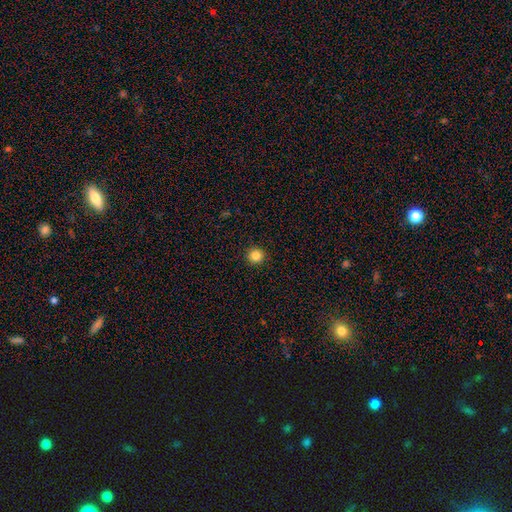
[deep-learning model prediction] Smooth or featured?
  - smooth: 84% *
  - star or artifact: 12%
  - featured or disk: 4%
How rounded?
  - round: 96% *
  - in between: 3%
  - cigar-shaped: 1%
Merging?
  - none: 93% *
  - minor disturbance: 4%
  - major disturbance: 1%
  - merger: 1%